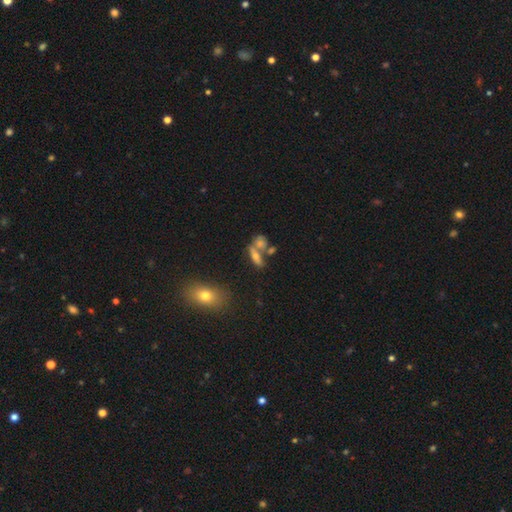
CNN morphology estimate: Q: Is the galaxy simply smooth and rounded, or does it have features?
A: smooth — 49%.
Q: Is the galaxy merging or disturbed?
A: merger — 42%.